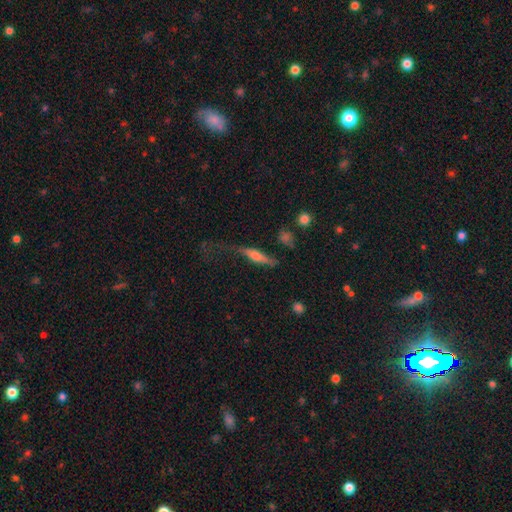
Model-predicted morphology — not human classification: Q: Smooth or featured?
A: smooth (50%); runner-up: featured or disk (42%)
Q: Merging?
A: major disturbance (36%); tied with: none (36%)